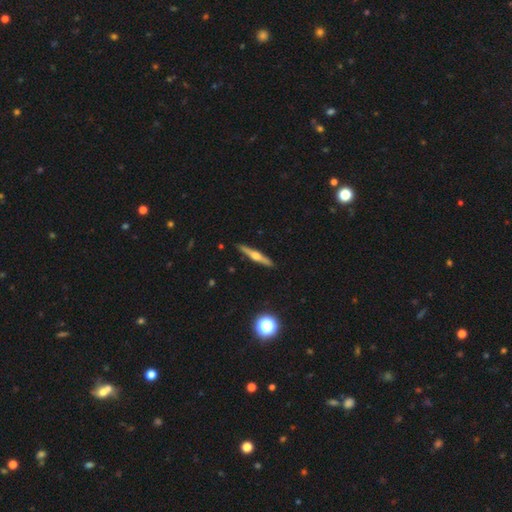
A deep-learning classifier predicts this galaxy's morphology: Smooth or featured?
  - featured or disk: 70% *
  - smooth: 24%
  - star or artifact: 6%
Edge-on disk?
  - yes: 98% *
  - no: 2%
Edge-on bulge?
  - rounded: 93% *
  - boxy: 4%
  - none: 3%
Merging?
  - none: 92% *
  - minor disturbance: 6%
  - major disturbance: 1%
  - merger: 1%